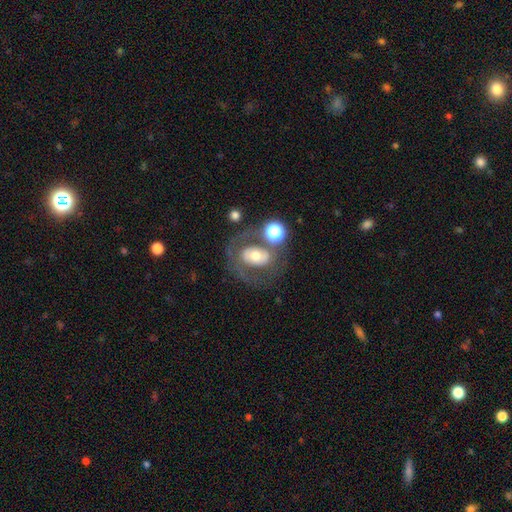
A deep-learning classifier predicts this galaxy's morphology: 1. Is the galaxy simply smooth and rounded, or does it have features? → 54% featured or disk, 36% smooth, 11% star or artifact.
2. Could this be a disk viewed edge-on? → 95% no, 5% yes.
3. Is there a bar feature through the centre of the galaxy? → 70% no, 19% weak, 10% strong.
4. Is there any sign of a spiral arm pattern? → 63% no, 37% yes.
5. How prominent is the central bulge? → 64% moderate, 18% small, 13% large, 2% dominant, 2% none.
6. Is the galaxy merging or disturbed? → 50% none, 20% major disturbance, 16% minor disturbance, 14% merger.